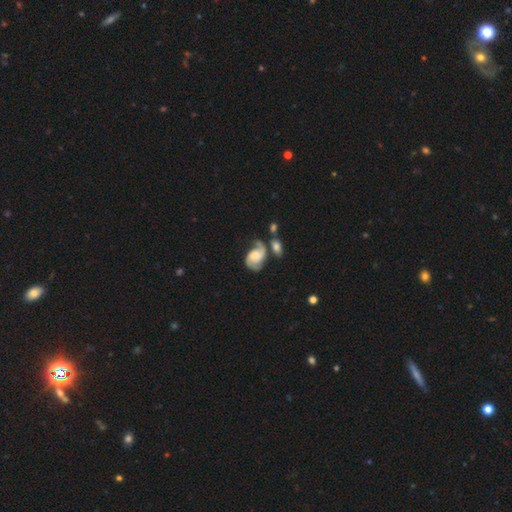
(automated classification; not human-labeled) Smooth or featured?
  - featured or disk: 82% *
  - smooth: 13%
  - star or artifact: 6%
Edge-on disk?
  - no: 98% *
  - yes: 2%
Bar?
  - no: 56% *
  - weak: 36%
  - strong: 8%
Spiral arms?
  - yes: 96% *
  - no: 4%
Spiral winding?
  - medium: 48% *
  - loose: 30%
  - tight: 22%
Spiral arm count?
  - 2: 87% *
  - 1: 4%
  - can't tell: 4%
  - 3: 2%
  - 4: 1%
  - more than 4: 1%
Bulge size?
  - moderate: 35% *
  - small: 30%
  - none: 19%
  - large: 13%
  - dominant: 2%
Merging?
  - none: 42% *
  - merger: 24%
  - minor disturbance: 19%
  - major disturbance: 14%